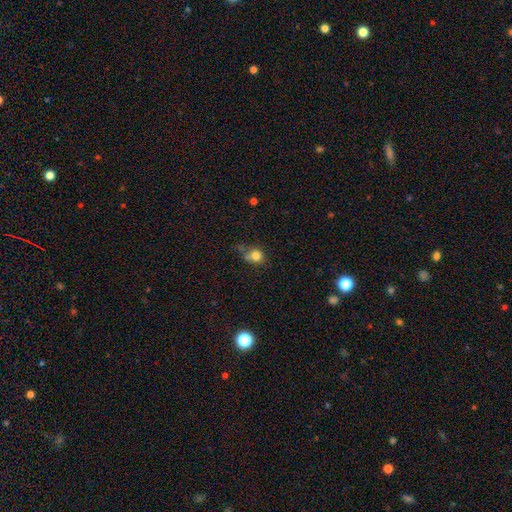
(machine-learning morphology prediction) Q: Smooth or featured?
A: smooth (78%); runner-up: star or artifact (12%)
Q: How rounded?
A: round (74%); runner-up: in between (25%)
Q: Merging?
A: none (46%); runner-up: minor disturbance (27%)